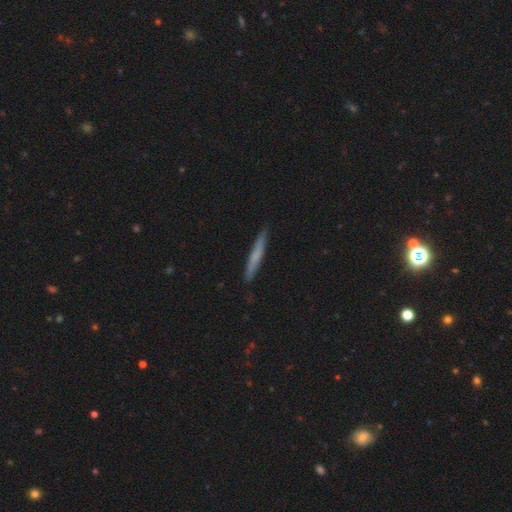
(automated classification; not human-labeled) smooth-or-featured: smooth: 57% | featured or disk: 36% | star or artifact: 6%
  how-rounded: cigar-shaped: 96% | in between: 3% | round: 1%
  merging: none: 89% | minor disturbance: 8% | major disturbance: 1% | merger: 1%